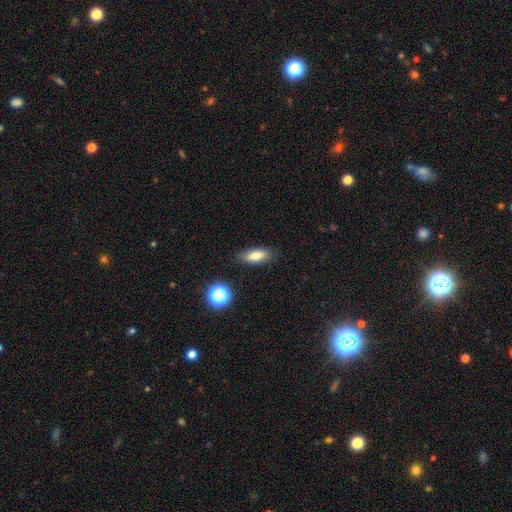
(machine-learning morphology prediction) This appears to be a smooth galaxy with no disk features (78%) that is in between round and cigar-shaped (74%). Merging: none (83%).